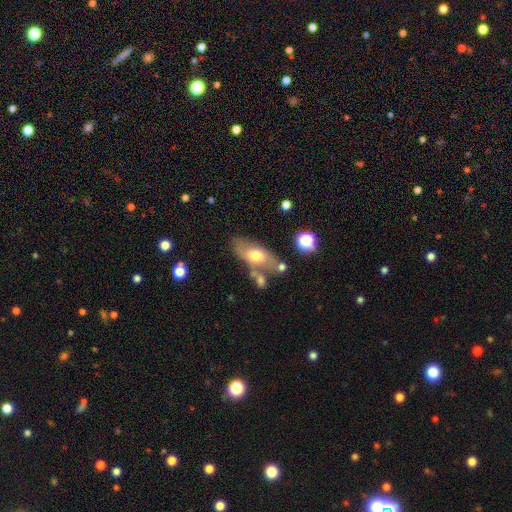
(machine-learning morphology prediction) smooth 57%, featured or disk 35%, star or artifact 8%. Down the decision tree: how rounded — in between (80%); merging — none (59%).